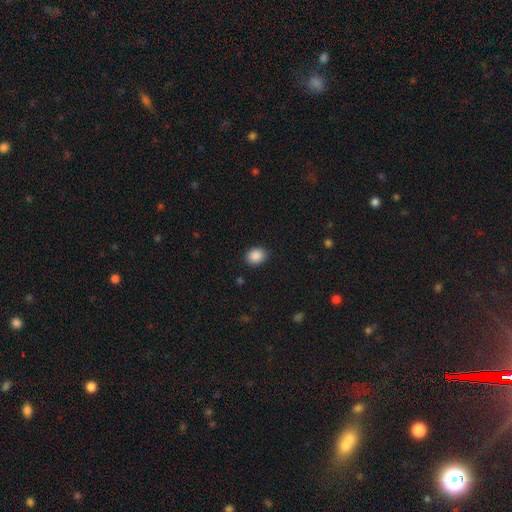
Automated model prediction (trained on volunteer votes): Q: Smooth or featured?
A: smooth (89%); runner-up: star or artifact (8%)
Q: How rounded?
A: round (54%); runner-up: in between (45%)
Q: Merging?
A: none (88%); runner-up: minor disturbance (8%)